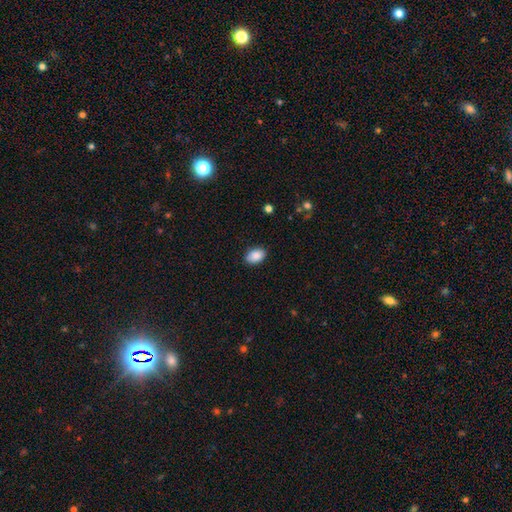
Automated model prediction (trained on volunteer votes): Smooth or featured? smooth (88%)
How rounded? in between (87%)
Merging? none (86%)